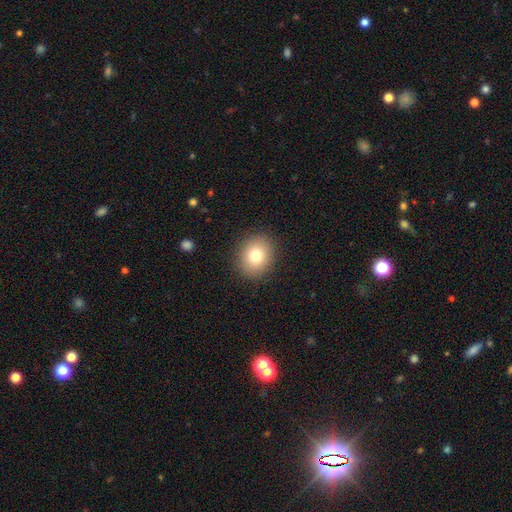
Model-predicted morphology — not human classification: smooth 79%, star or artifact 11%, featured or disk 10%. Down the decision tree: how rounded — round (69%); merging — none (89%).